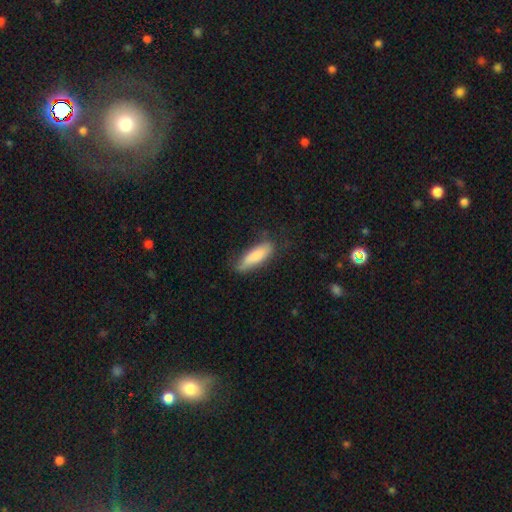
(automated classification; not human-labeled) Morphology: type=smooth (82%); roundness=cigar-shaped (51%); merging=none (71%).